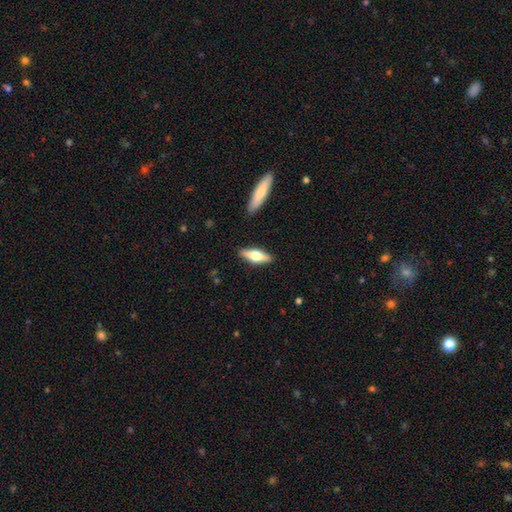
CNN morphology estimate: This appears to be a smooth galaxy with no disk features (49%). Merging: none (88%).